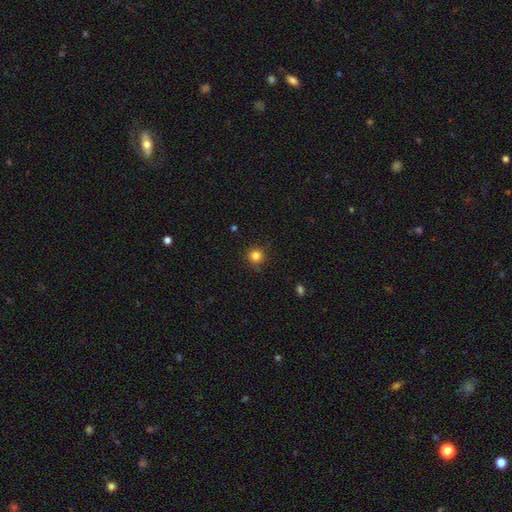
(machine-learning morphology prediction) Smooth or featured?
  - smooth: 83% *
  - star or artifact: 13%
  - featured or disk: 4%
How rounded?
  - round: 94% *
  - in between: 5%
  - cigar-shaped: 1%
Merging?
  - none: 86% *
  - minor disturbance: 11%
  - major disturbance: 3%
  - merger: 1%